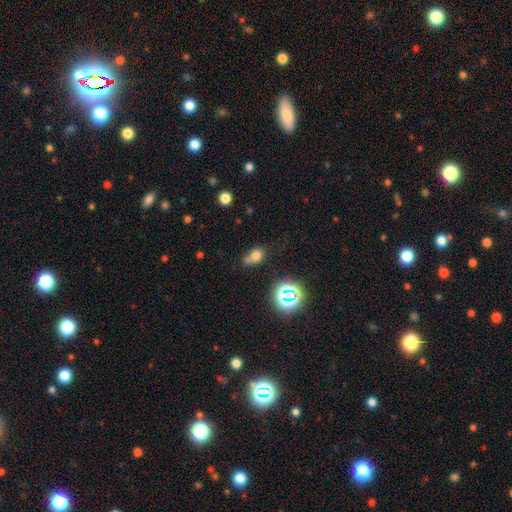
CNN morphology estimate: A smooth galaxy with no disk features (68%) that is in between round and cigar-shaped (51%). Merging: none (40%).